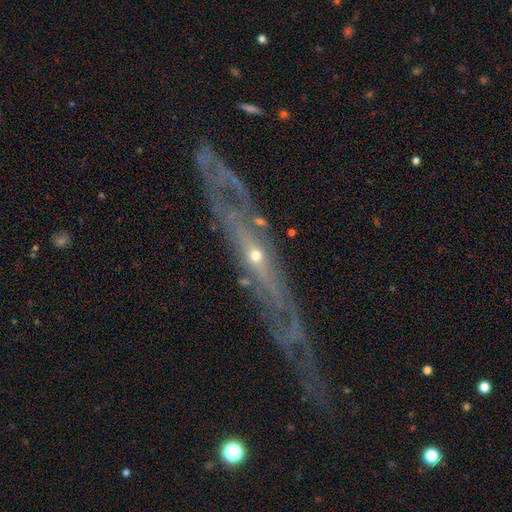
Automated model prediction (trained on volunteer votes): Morphology: type=featured or disk (78%); edge-on=no (50%, tied with yes); merging=none (63%).